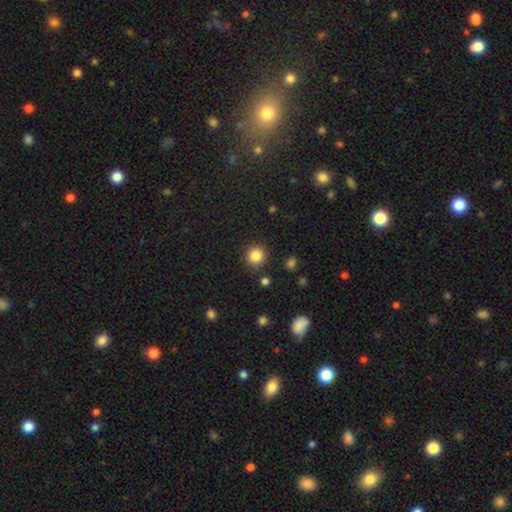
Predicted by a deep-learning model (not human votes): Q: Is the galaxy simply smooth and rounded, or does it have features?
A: smooth — 85%.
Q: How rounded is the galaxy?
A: round — 92%.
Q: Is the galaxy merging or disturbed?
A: none — 88%.